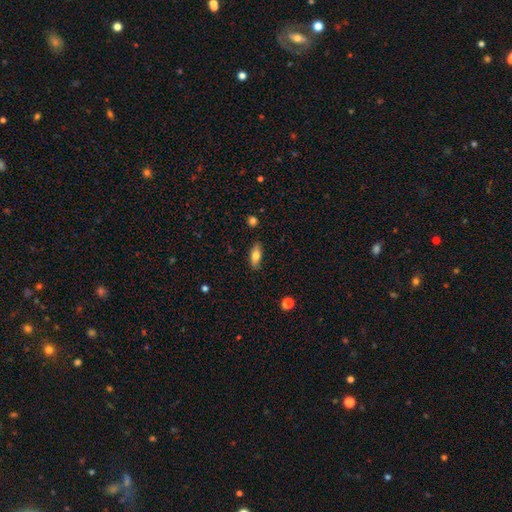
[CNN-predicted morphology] smooth-or-featured: smooth: 73% | featured or disk: 20% | star or artifact: 7%
  how-rounded: in between: 73% | cigar-shaped: 24% | round: 3%
  merging: none: 83% | minor disturbance: 13% | major disturbance: 2% | merger: 2%